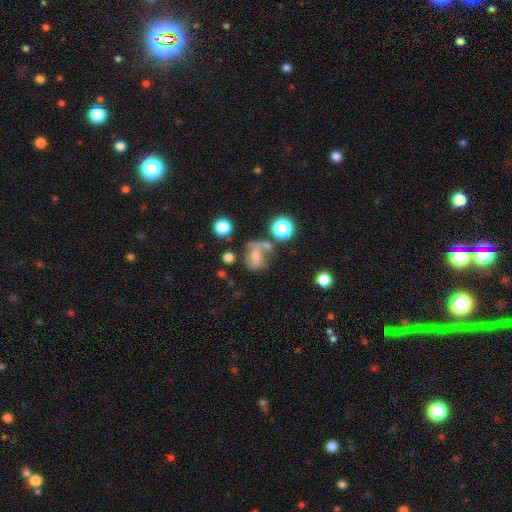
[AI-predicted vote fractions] The model was most divided on "merging": none: 34%, major disturbance: 23%, merger: 23%, minor disturbance: 20%. Remaining: smooth or featured — smooth (47%).